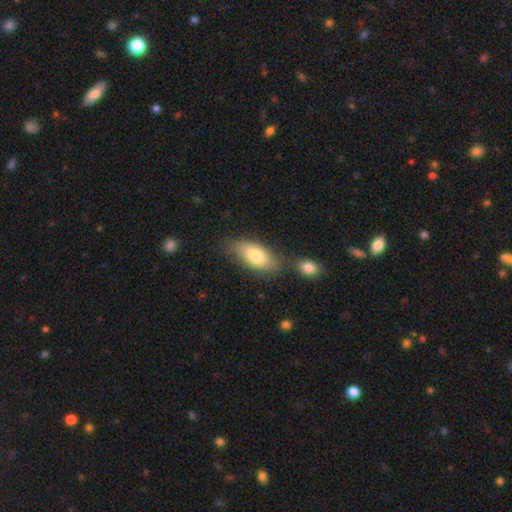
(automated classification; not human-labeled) This appears to be a smooth galaxy with no disk features (77%) that is in between round and cigar-shaped (86%). Merging: none (62%).